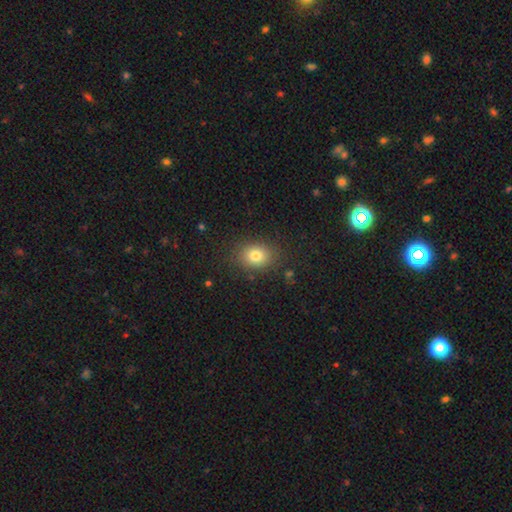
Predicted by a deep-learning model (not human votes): This is likely a smooth galaxy (79%). How rounded: possibly in between (52%). Merging: clearly none (84%).